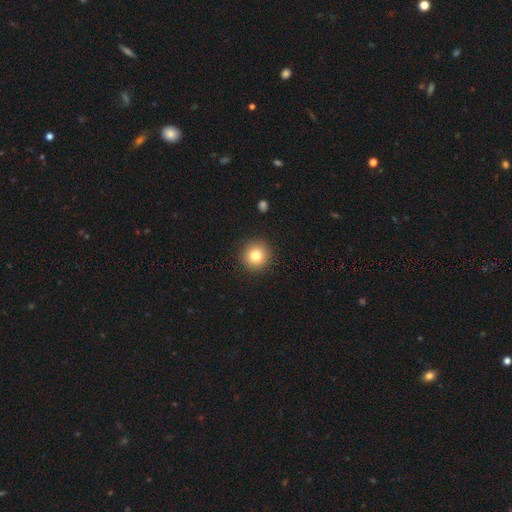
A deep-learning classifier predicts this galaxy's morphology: A smooth galaxy with no disk features (81%) that is round (95%).

Vote fractions:
- Smooth or featured? smooth: 81% / star or artifact: 11% / featured or disk: 9%
- How rounded? round: 95% / in between: 4% / cigar-shaped: 1%
- Merging? none: 92% / minor disturbance: 5% / major disturbance: 2% / merger: 1%